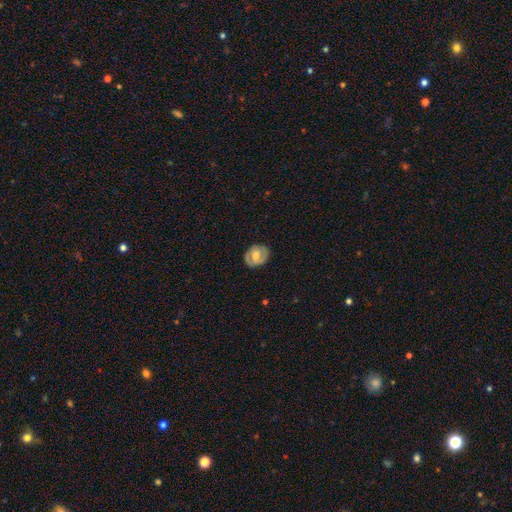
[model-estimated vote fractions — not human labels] Q: Smooth or featured?
A: featured or disk (51%); runner-up: smooth (43%)
Q: Edge-on disk?
A: no (95%); runner-up: yes (5%)
Q: Merging?
A: none (81%); runner-up: minor disturbance (14%)